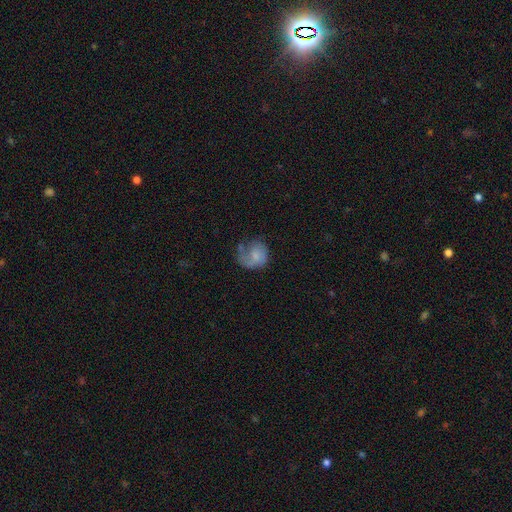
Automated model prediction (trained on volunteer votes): This appears to be a smooth galaxy with no disk features (50%). Merging: none (38%).